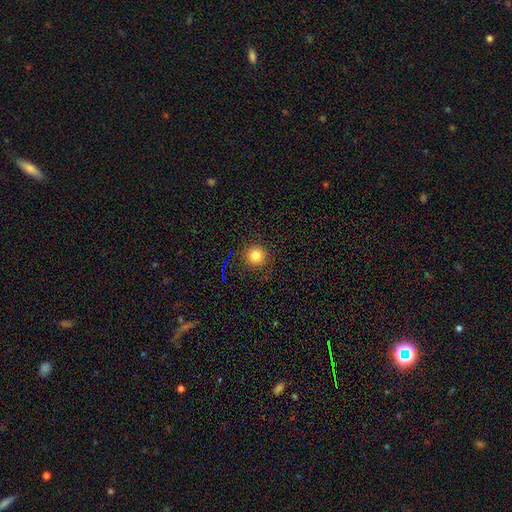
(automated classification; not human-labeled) smooth-or-featured: smooth: 79% | star or artifact: 14% | featured or disk: 7%
  how-rounded: round: 95% | in between: 4% | cigar-shaped: 1%
  merging: none: 89% | minor disturbance: 7% | major disturbance: 2% | merger: 1%